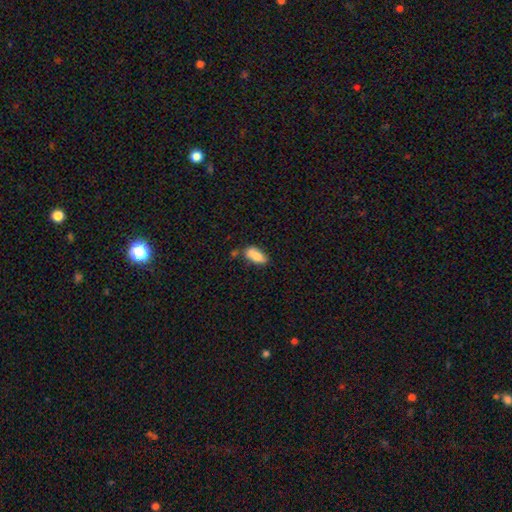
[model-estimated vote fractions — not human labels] The model was most divided on "merging": none: 58%, minor disturbance: 24%, merger: 13%, major disturbance: 5%. More confident: how rounded — in between (85%); smooth or featured — smooth (82%).